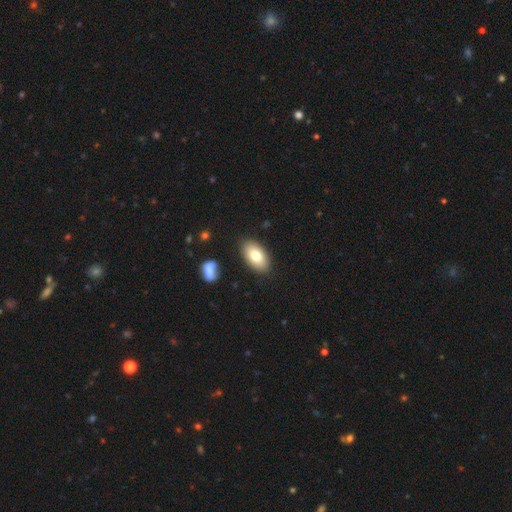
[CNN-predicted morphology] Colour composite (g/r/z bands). It shows a smooth galaxy with no disk features (77%) that is in between round and cigar-shaped (94%). Merging: none (85%).